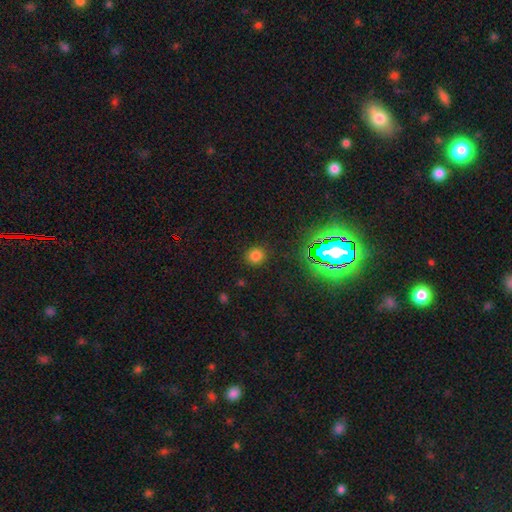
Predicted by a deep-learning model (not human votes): smooth 75%, star or artifact 20%, featured or disk 5%. Down the decision tree: how rounded — round (84%); merging — none (88%).